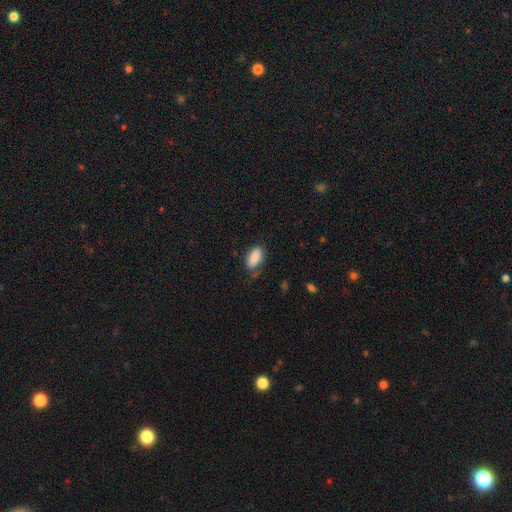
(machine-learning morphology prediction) smooth-or-featured: smooth: 87% | star or artifact: 7% | featured or disk: 6%
  how-rounded: in between: 91% | cigar-shaped: 6% | round: 3%
  merging: none: 64% | minor disturbance: 25% | major disturbance: 9% | merger: 2%